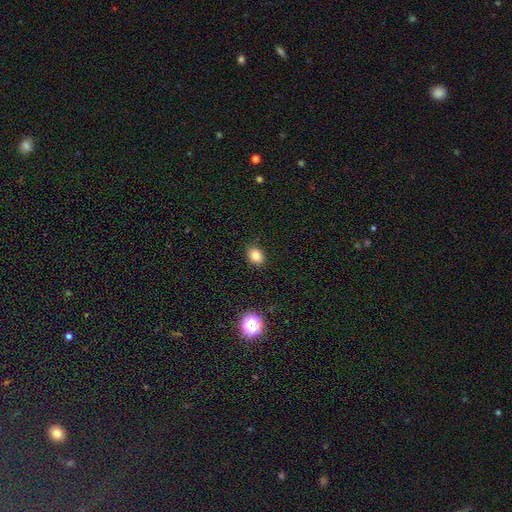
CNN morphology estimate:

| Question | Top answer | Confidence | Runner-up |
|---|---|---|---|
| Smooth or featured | smooth | 81% | star or artifact (13%) |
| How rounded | in between | 55% | round (44%) |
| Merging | none | 89% | minor disturbance (8%) |